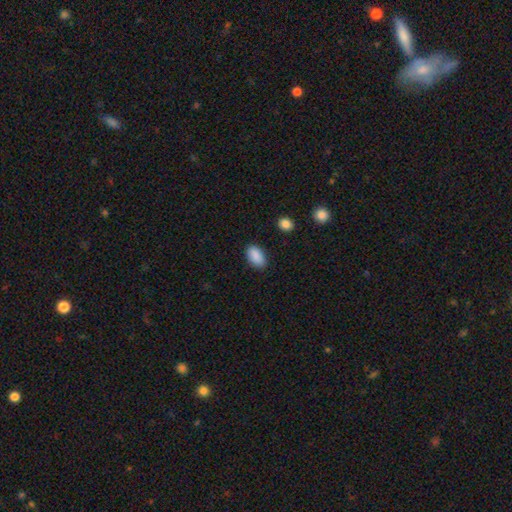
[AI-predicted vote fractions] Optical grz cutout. It shows a smooth galaxy with no disk features (90%) that is in between round and cigar-shaped (93%). Merging: none (86%).